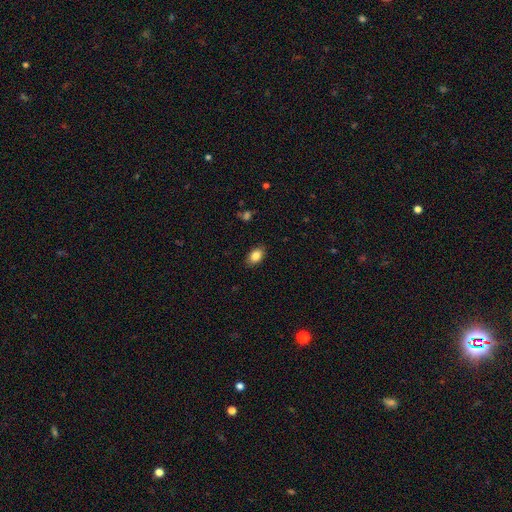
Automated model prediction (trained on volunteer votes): Q: Smooth or featured?
A: smooth (85%); runner-up: star or artifact (8%)
Q: How rounded?
A: in between (86%); runner-up: round (12%)
Q: Merging?
A: none (87%); runner-up: minor disturbance (10%)